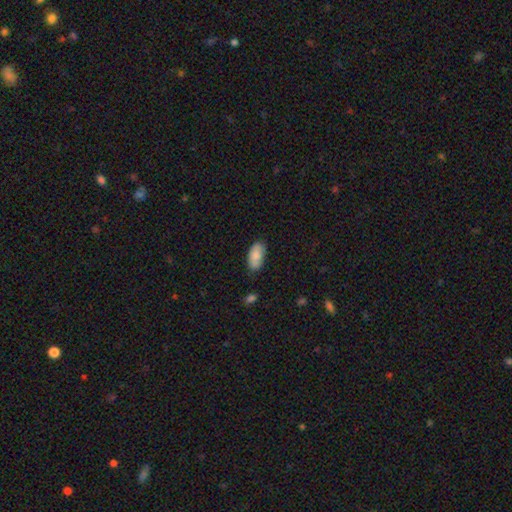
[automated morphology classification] Smooth or featured? smooth (84%)
How rounded? in between (94%)
Merging? none (80%)